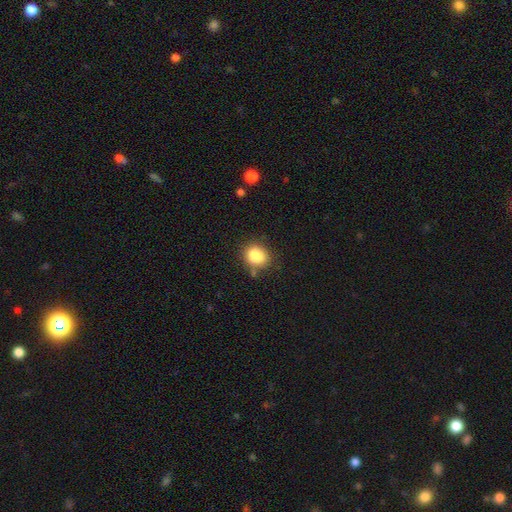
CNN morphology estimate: The model was most divided on "how rounded": round: 58%, in between: 41%, cigar-shaped: 1%. More confident: smooth or featured — smooth (86%); merging — none (75%).